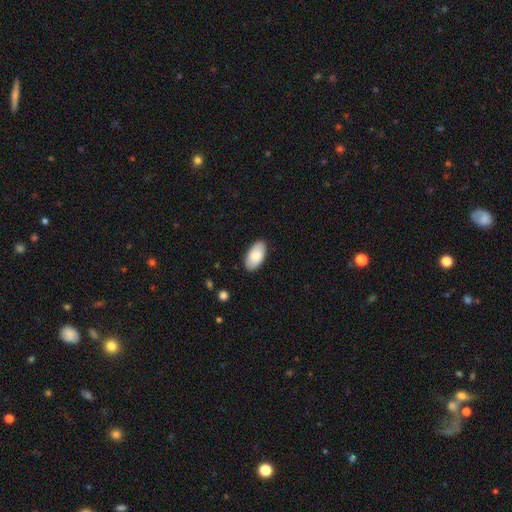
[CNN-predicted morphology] Smooth or featured? smooth (82%)
How rounded? in between (96%)
Merging? none (88%)